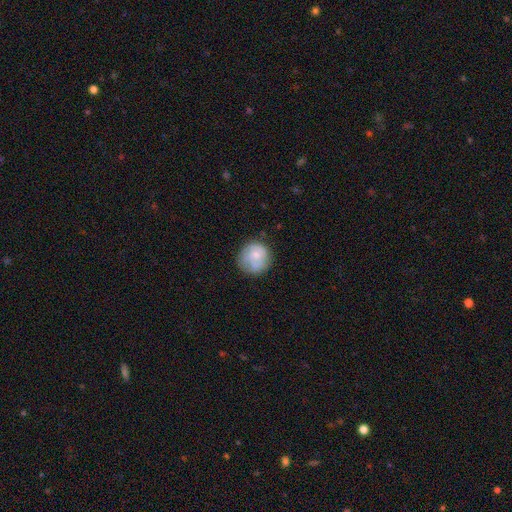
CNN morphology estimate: Smooth or featured? smooth (57%)
How rounded? round (88%)
Merging? none (69%)